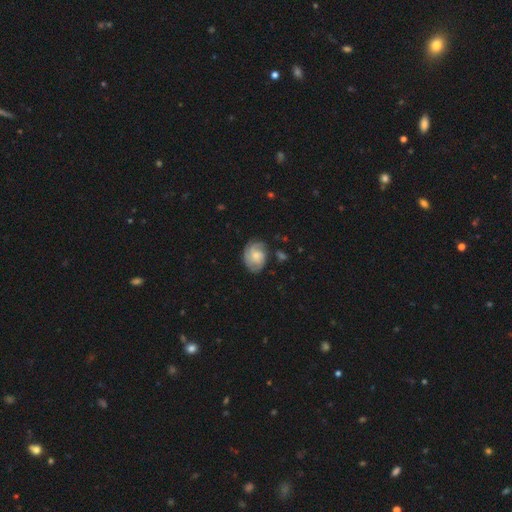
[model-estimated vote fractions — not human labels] Q: Smooth or featured?
A: featured or disk (68%); runner-up: smooth (26%)
Q: Edge-on disk?
A: no (97%); runner-up: yes (3%)
Q: Bar?
A: no (70%); runner-up: weak (27%)
Q: Spiral arms?
A: yes (93%); runner-up: no (7%)
Q: Spiral winding?
A: tight (56%); runner-up: medium (33%)
Q: Spiral arm count?
A: 3 (29%); runner-up: can't tell (28%)
Q: Bulge size?
A: small (47%); runner-up: moderate (42%)
Q: Merging?
A: none (69%); runner-up: minor disturbance (21%)